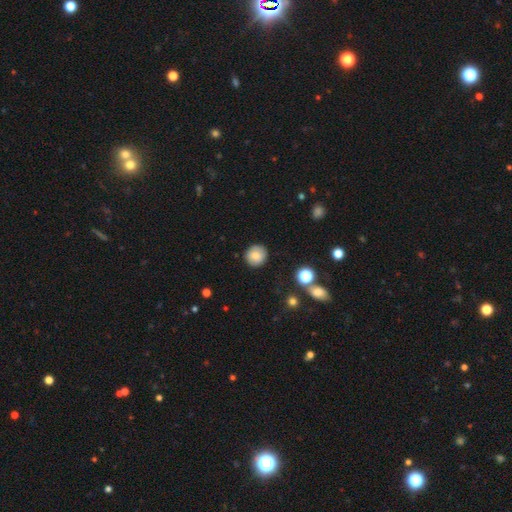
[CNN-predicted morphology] Q: Smooth or featured?
A: smooth (81%); runner-up: featured or disk (10%)
Q: How rounded?
A: round (92%); runner-up: in between (7%)
Q: Merging?
A: none (89%); runner-up: minor disturbance (7%)